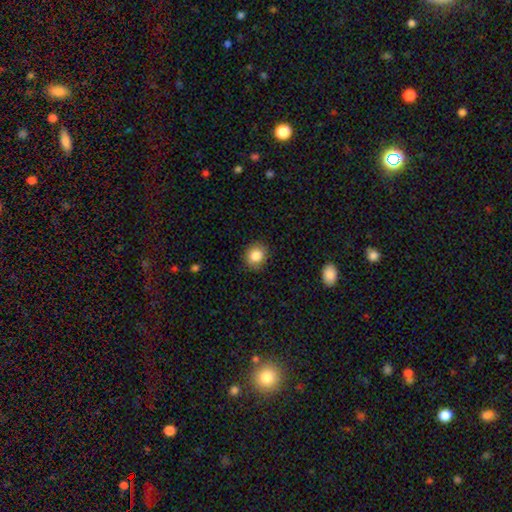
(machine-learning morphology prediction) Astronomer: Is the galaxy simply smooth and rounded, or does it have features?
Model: smooth — 85%.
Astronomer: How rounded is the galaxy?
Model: round — 73%.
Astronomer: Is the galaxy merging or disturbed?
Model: none — 87%.